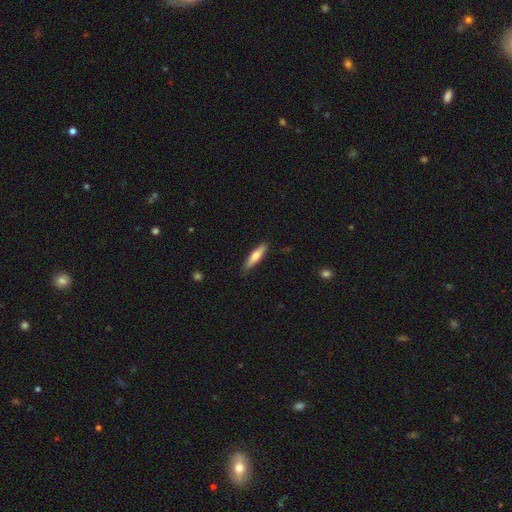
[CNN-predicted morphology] smooth 67%, featured or disk 27%, star or artifact 6%. Down the decision tree: how rounded — cigar-shaped (78%); merging — none (85%).